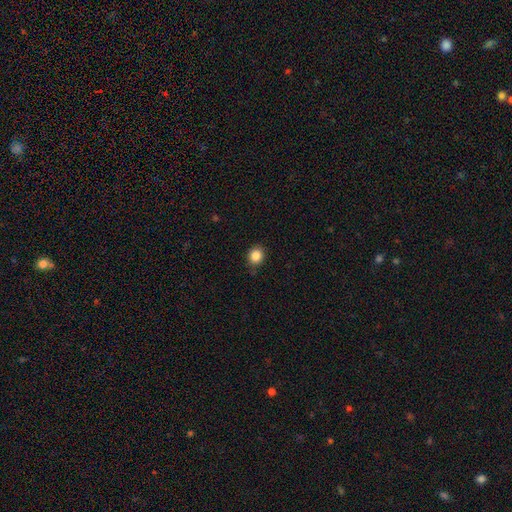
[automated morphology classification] Smooth or featured? Predicted: smooth (p=0.85). How rounded? Predicted: round (p=0.75). Merging? Predicted: none (p=0.85).